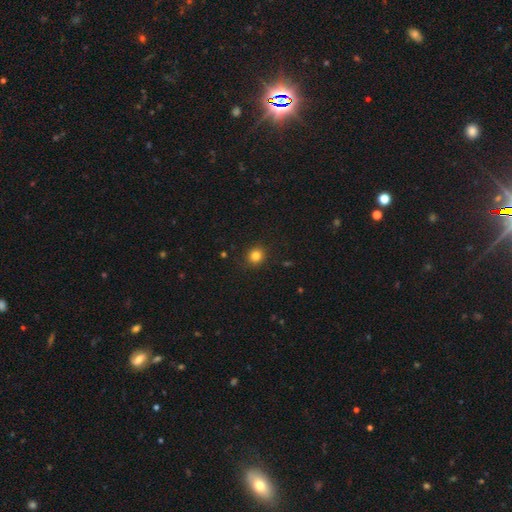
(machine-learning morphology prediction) smooth-or-featured: smooth: 82% | star or artifact: 13% | featured or disk: 5%
  how-rounded: round: 88% | in between: 11% | cigar-shaped: 1%
  merging: none: 90% | minor disturbance: 7% | major disturbance: 2% | merger: 1%